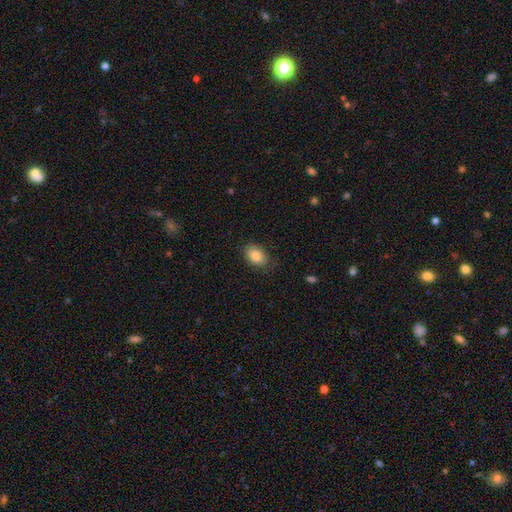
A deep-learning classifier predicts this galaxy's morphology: smooth 83%, featured or disk 9%, star or artifact 8%. Down the decision tree: how rounded — in between (84%); merging — none (79%).